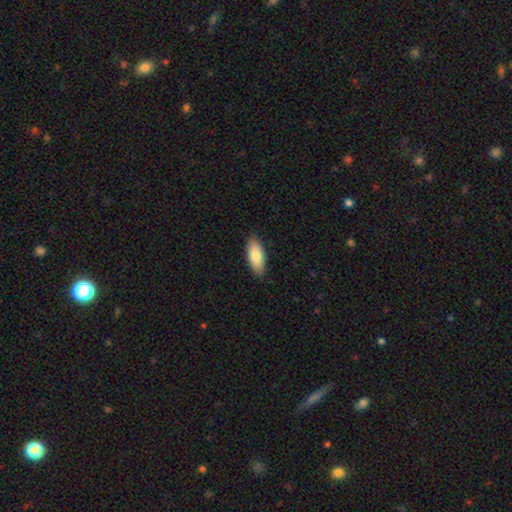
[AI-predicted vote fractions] smooth 82%, featured or disk 13%, star or artifact 6%. Down the decision tree: how rounded — in between (84%); merging — none (87%).